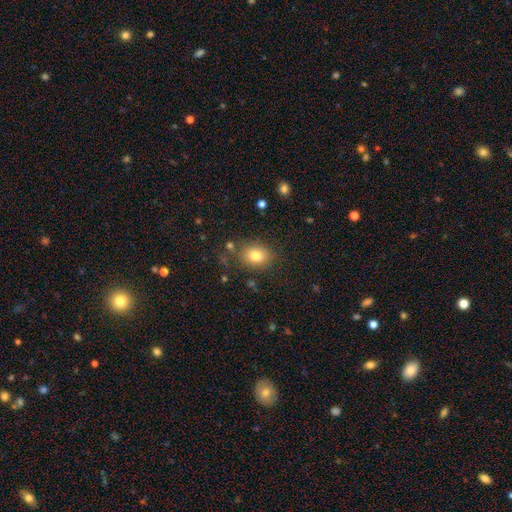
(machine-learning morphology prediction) A smooth galaxy with no disk features (80%) that is in between round and cigar-shaped (63%).

Vote fractions:
- Smooth or featured? smooth: 80% / star or artifact: 10% / featured or disk: 10%
- How rounded? in between: 63% / round: 36% / cigar-shaped: 1%
- Merging? none: 78% / minor disturbance: 13% / major disturbance: 5% / merger: 4%